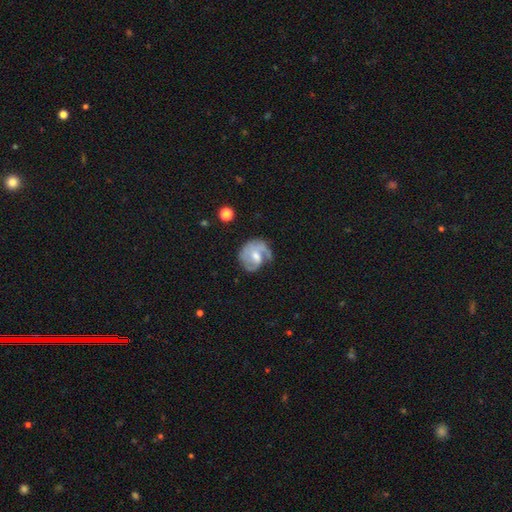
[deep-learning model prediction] featured or disk 75%, smooth 19%, star or artifact 6%. Down the decision tree: edge-on disk — no (98%); bar — no (51%); spiral arms — yes (90%); spiral arm count — 2 (40%); spiral winding — tight (40%, tied with medium); bulge size — moderate (57%); merging — none (52%).